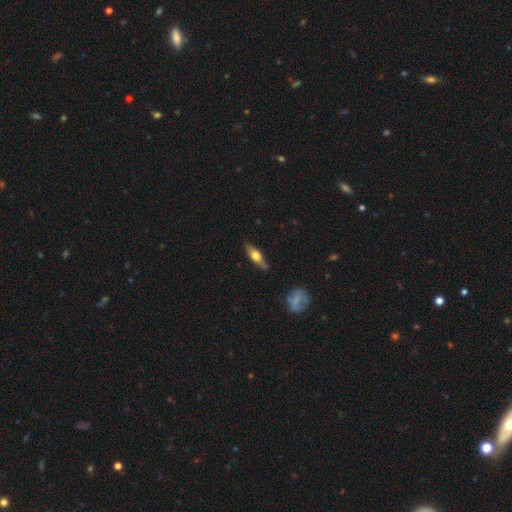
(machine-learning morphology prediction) Smooth or featured? featured or disk (48%)
Merging? none (77%)